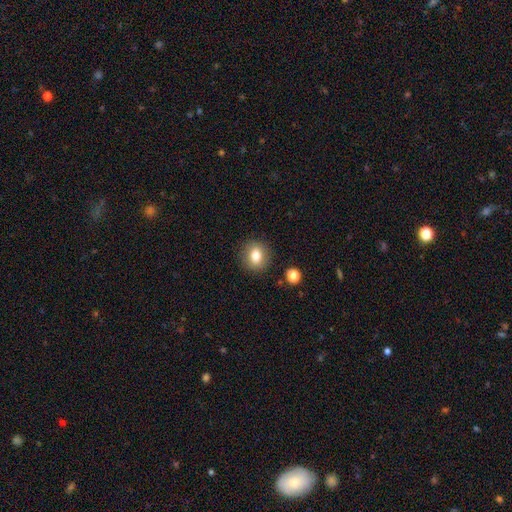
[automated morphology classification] Smooth or featured? Predicted: smooth (p=0.79). How rounded? Predicted: round (p=0.75). Merging? Predicted: none (p=0.88).